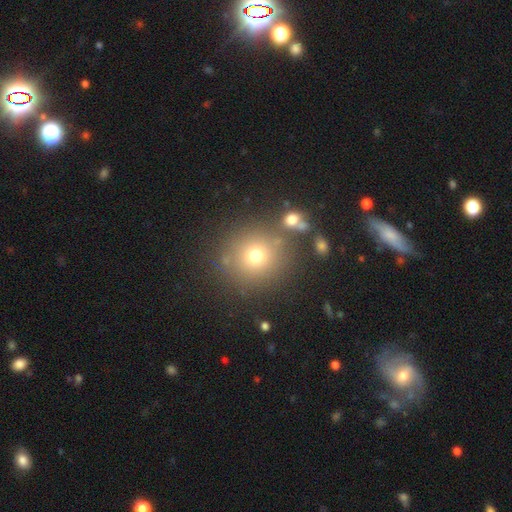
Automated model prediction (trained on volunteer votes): Morphology: type=smooth (70%); roundness=round (90%); merging=none (78%).